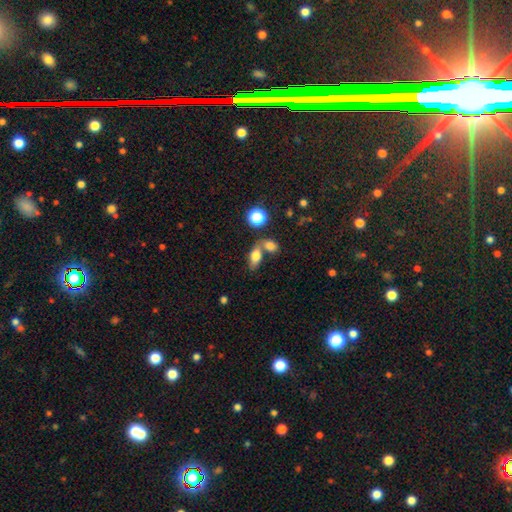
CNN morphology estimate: Q: Smooth or featured?
A: smooth (76%); runner-up: featured or disk (13%)
Q: How rounded?
A: in between (83%); runner-up: round (12%)
Q: Merging?
A: merger (43%); runner-up: none (41%)